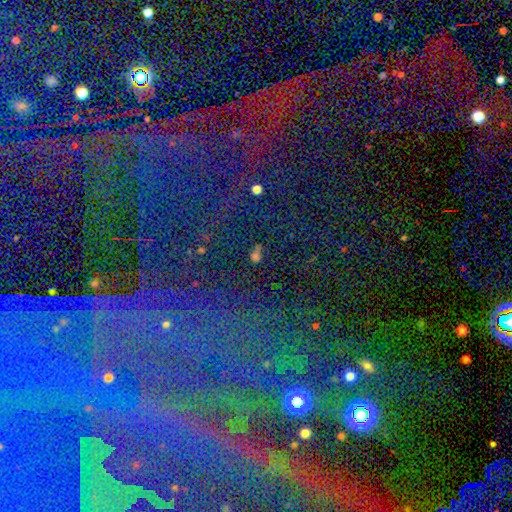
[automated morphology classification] This appears to be a star or artifact, not a galaxy (54%).